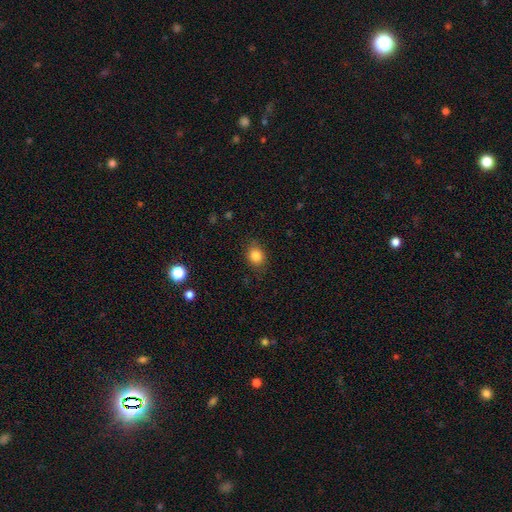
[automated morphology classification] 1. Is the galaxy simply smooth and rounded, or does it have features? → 83% smooth, 11% star or artifact, 6% featured or disk.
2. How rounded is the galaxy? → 63% round, 36% in between, 1% cigar-shaped.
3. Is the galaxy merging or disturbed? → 83% none, 13% minor disturbance, 3% major disturbance, 1% merger.